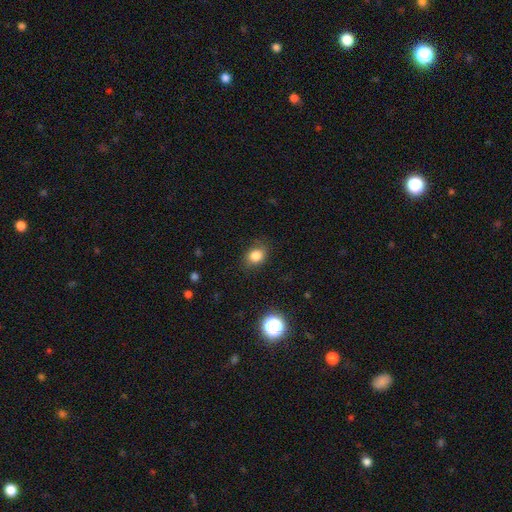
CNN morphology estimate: A smooth galaxy with no disk features (82%) that is round (53%).

Vote fractions:
- Smooth or featured? smooth: 82% / star or artifact: 12% / featured or disk: 6%
- How rounded? round: 53% / in between: 46% / cigar-shaped: 1%
- Merging? none: 78% / minor disturbance: 16% / major disturbance: 5% / merger: 1%